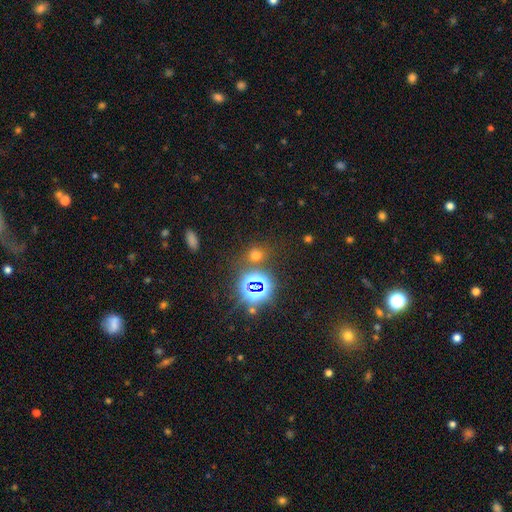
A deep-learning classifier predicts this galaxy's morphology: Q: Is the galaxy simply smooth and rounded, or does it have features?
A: smooth — 49%.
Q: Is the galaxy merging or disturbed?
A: none — 72%.